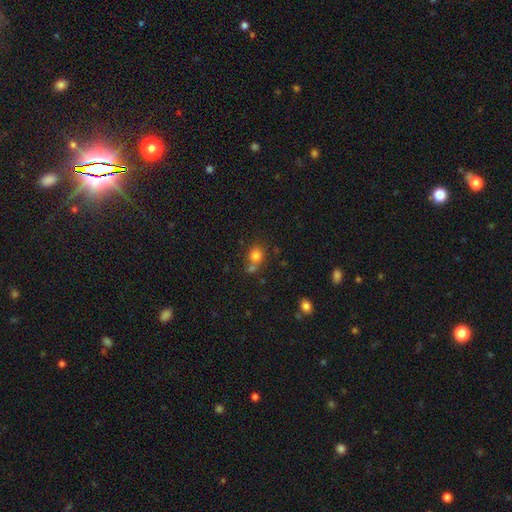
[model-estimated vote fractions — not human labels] Overall: smooth (79%). How rounded: round (76%). Merging: none (56%; merger 31%).